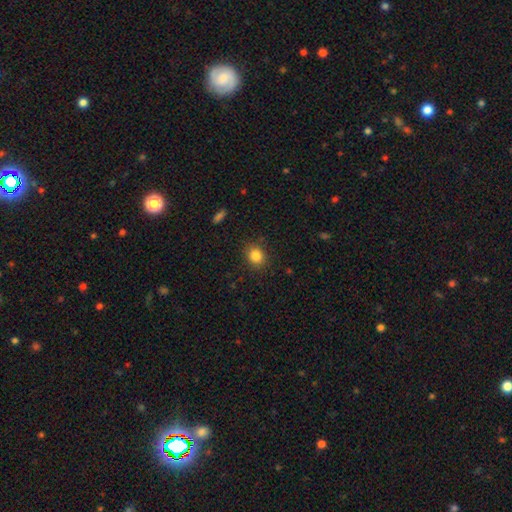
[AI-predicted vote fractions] Q: Smooth or featured?
A: smooth (85%); runner-up: star or artifact (11%)
Q: How rounded?
A: round (67%); runner-up: in between (32%)
Q: Merging?
A: none (87%); runner-up: minor disturbance (9%)